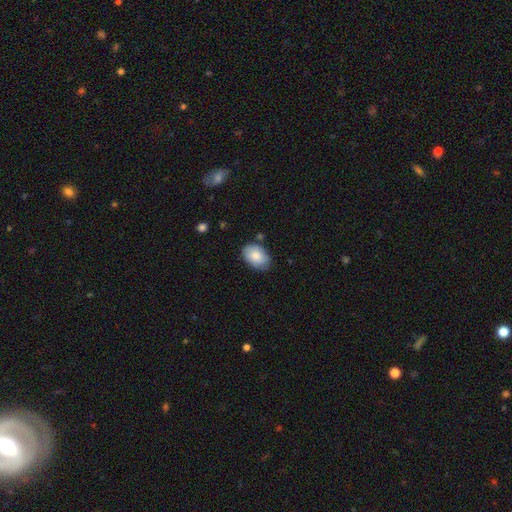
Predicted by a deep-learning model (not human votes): Smooth or featured? Predicted: smooth (p=0.79). How rounded? Predicted: in between (p=0.86). Merging? Predicted: none (p=0.74).